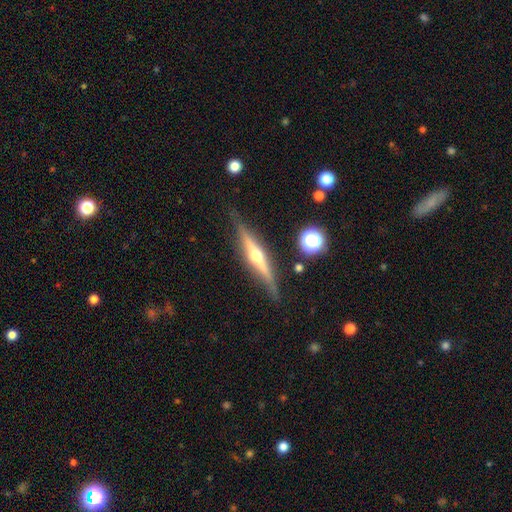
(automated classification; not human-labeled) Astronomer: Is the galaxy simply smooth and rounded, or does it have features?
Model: featured or disk — 78%.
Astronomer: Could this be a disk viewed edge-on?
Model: yes — 97%.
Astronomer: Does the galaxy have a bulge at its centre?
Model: rounded — 94%.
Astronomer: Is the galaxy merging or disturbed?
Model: none — 85%.